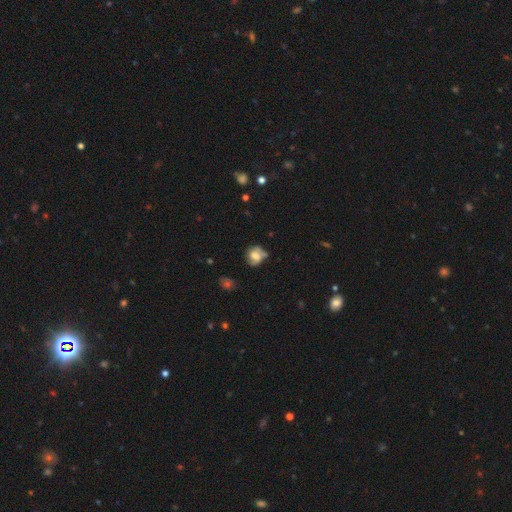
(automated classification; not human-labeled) Smooth or featured: smooth — 47% (featured or disk — 43%)
Merging: none — 54% (minor disturbance — 27%)